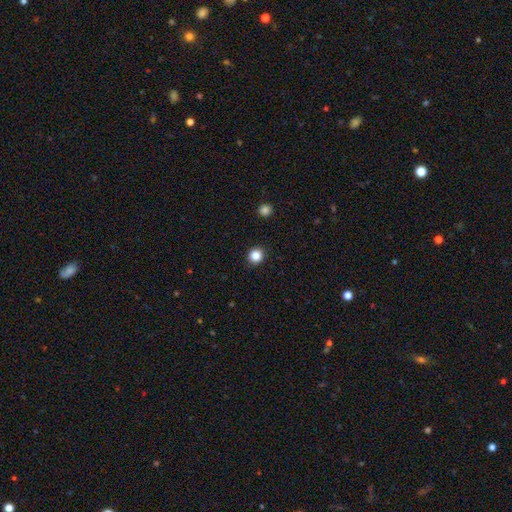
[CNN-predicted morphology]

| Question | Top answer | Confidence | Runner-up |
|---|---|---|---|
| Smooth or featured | smooth | 85% | star or artifact (11%) |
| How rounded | round | 91% | in between (8%) |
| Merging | none | 92% | minor disturbance (5%) |